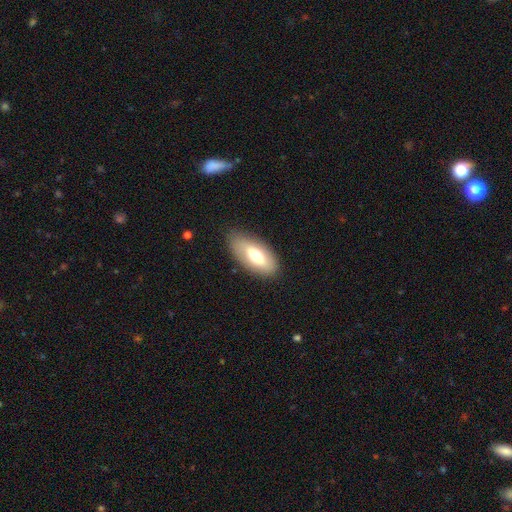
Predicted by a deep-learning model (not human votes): This is likely a smooth galaxy (61%). How rounded: clearly in between (86%). Merging: clearly none (82%).